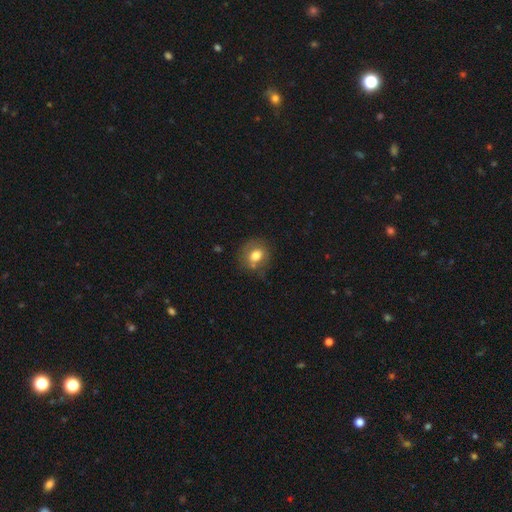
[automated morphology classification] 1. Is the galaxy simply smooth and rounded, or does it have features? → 74% smooth, 17% featured or disk, 9% star or artifact.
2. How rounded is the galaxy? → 65% round, 34% in between, 1% cigar-shaped.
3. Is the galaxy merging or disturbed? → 65% none, 22% minor disturbance, 7% major disturbance, 6% merger.